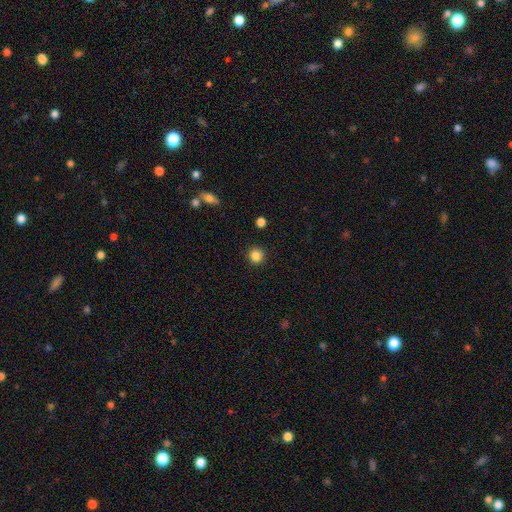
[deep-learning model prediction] Morphology: type=smooth (85%); roundness=round (93%); merging=none (92%).